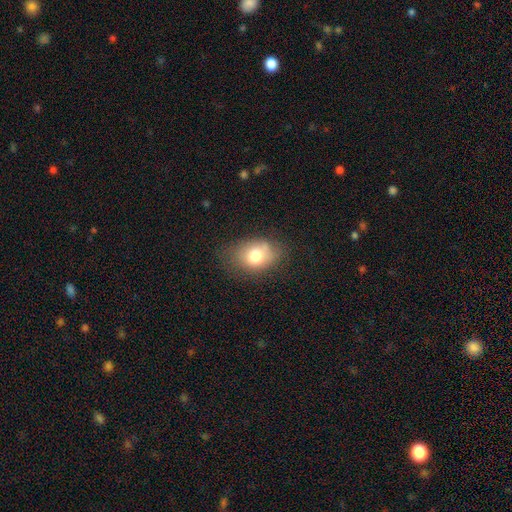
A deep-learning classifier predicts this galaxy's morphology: A smooth galaxy with no disk features (76%) that is in between round and cigar-shaped (70%). Merging: none (61%).